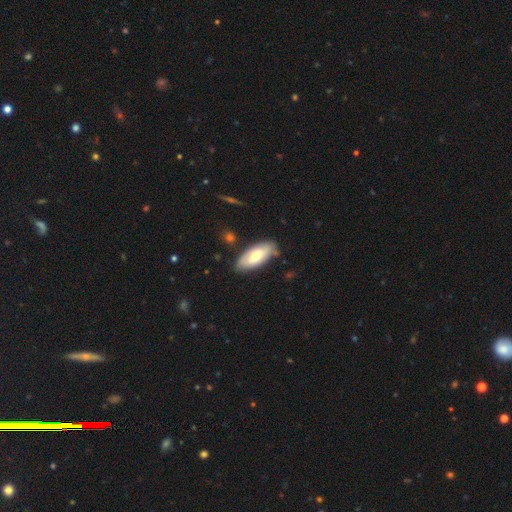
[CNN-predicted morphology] smooth_or_featured: smooth (p=0.60) [alt: featured or disk p=0.35]
how_rounded: in between (p=0.85) [alt: cigar-shaped p=0.13]
merging: none (p=0.78) [alt: minor disturbance p=0.16]